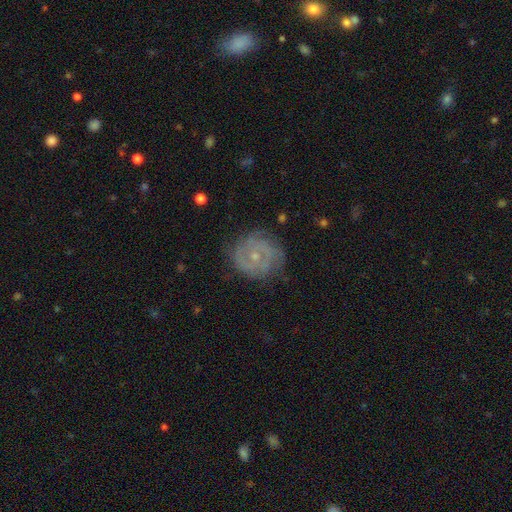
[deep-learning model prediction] A featured or disk galaxy (72%) with no bar (74%), 2 (38%) tight (63%) spiral arms (88%) and a small central bulge (68%). Merging: none (75%).